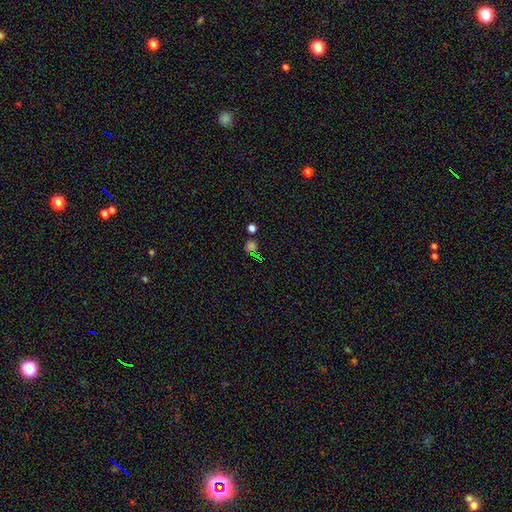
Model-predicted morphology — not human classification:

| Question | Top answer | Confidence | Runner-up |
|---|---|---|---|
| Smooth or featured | smooth | 47% | star or artifact (46%) |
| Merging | none | 74% | minor disturbance (11%) |